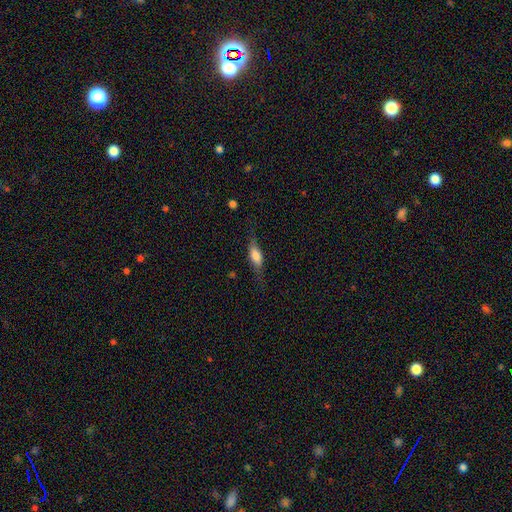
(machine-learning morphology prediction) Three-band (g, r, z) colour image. It shows a smooth galaxy with no disk features (66%) that is in between round and cigar-shaped (63%). Merging: none (65%).